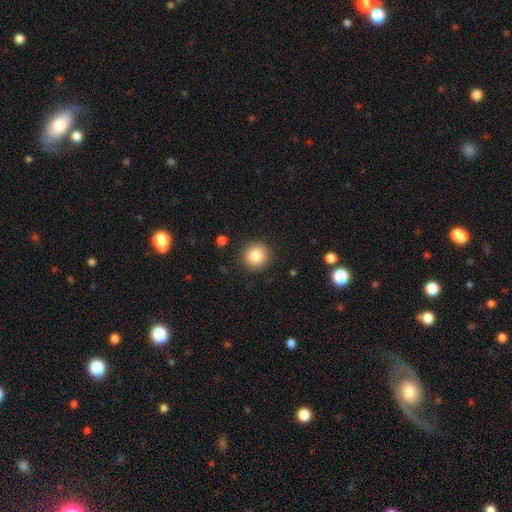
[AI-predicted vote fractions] smooth_or_featured: smooth (p=0.84) [alt: star or artifact p=0.10]
how_rounded: round (p=0.92) [alt: in between p=0.07]
merging: none (p=0.90) [alt: minor disturbance p=0.07]